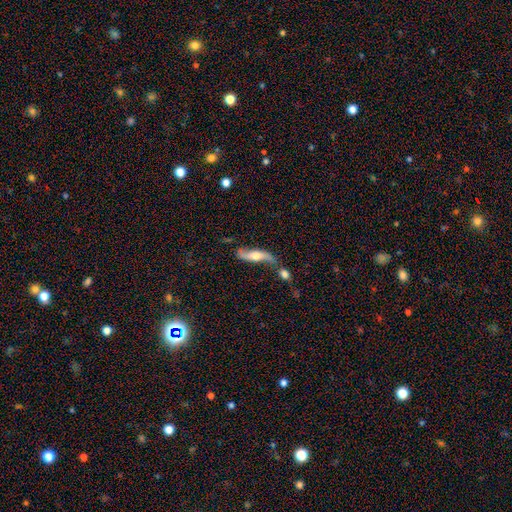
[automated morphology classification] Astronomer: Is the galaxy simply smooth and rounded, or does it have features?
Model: featured or disk — 67%.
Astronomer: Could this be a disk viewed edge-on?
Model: no — 67%.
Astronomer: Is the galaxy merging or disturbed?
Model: none — 46% (runner-up: merger, 27%).